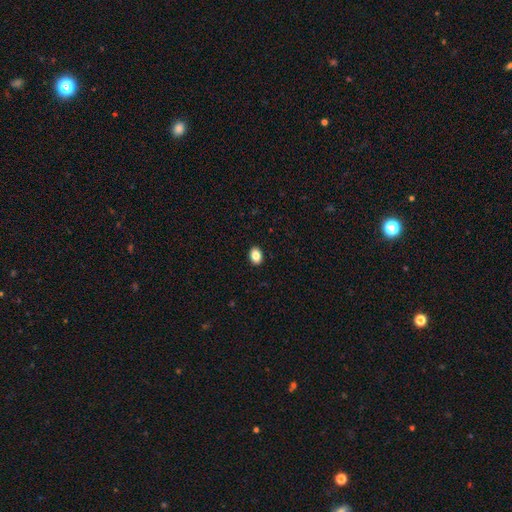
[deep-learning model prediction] This appears to be a smooth galaxy with no disk features (85%) that is in between round and cigar-shaped (71%). Merging: none (91%).